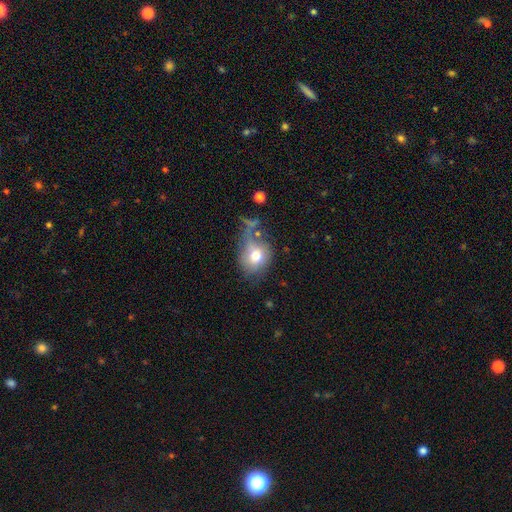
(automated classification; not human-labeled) A smooth galaxy with no disk features (72%) that is round (57%).

Vote fractions:
- Smooth or featured? smooth: 72% / featured or disk: 18% / star or artifact: 10%
- How rounded? round: 57% / in between: 41% / cigar-shaped: 1%
- Merging? none: 35% / major disturbance: 28% / minor disturbance: 24% / merger: 13%